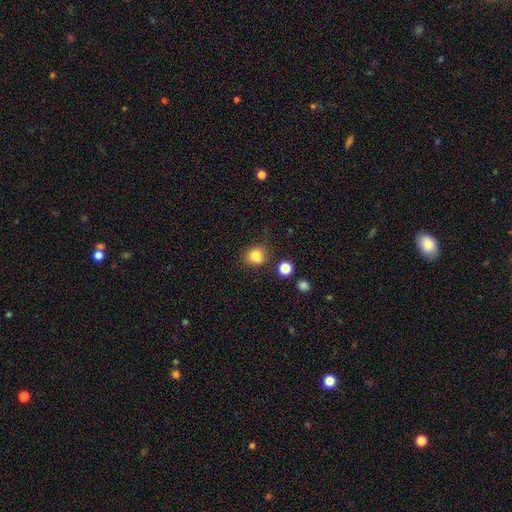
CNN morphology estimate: type=smooth (81%); roundness=round (72%); merging=none (64%).